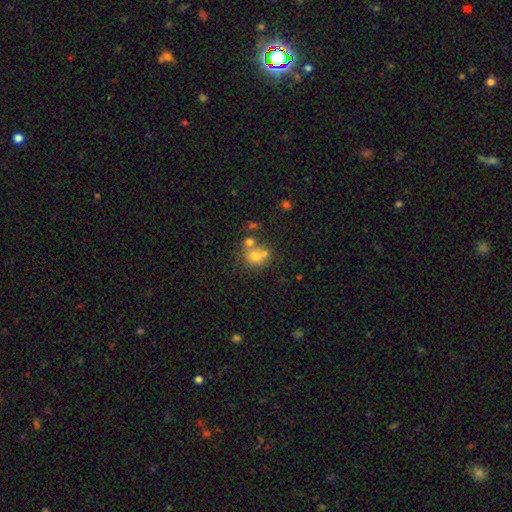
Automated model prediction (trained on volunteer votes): A smooth galaxy with no disk features (67%) that is round (81%). Merging: none (44%).